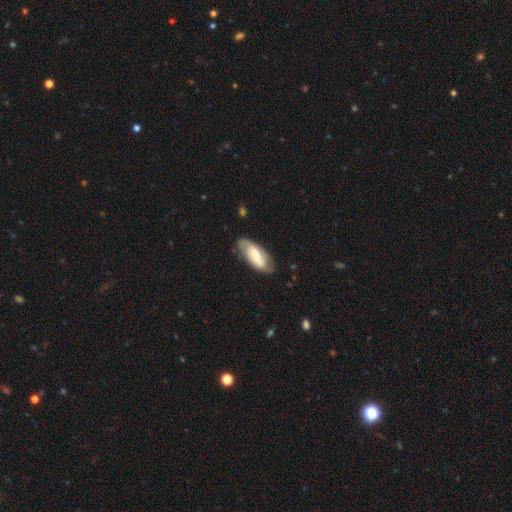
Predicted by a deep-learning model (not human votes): The model was most divided on "smooth or featured": smooth: 53%, featured or disk: 41%, star or artifact: 6%. More confident: how rounded — in between (82%); merging — none (72%).